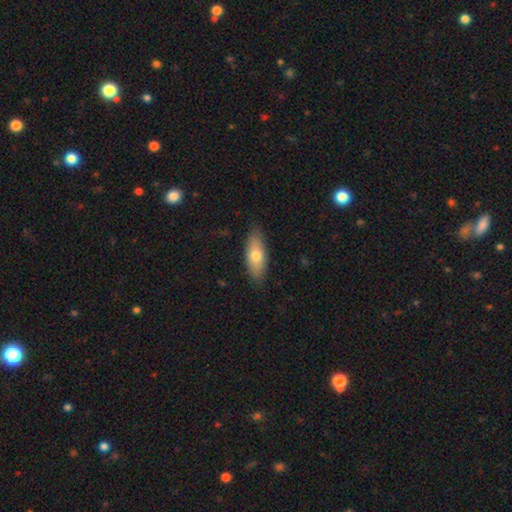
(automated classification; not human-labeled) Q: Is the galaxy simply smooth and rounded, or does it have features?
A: smooth — 72%.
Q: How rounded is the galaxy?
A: in between — 77%.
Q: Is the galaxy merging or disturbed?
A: none — 85%.